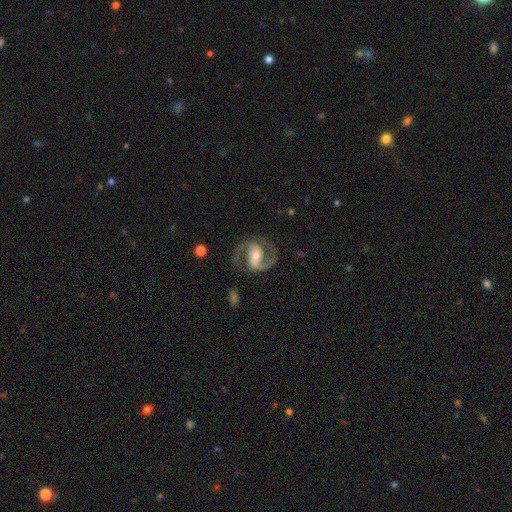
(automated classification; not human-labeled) Smooth or featured? Predicted: featured or disk (p=0.91). Edge-on disk? Predicted: no (p=0.98). Bar? Predicted: weak (p=0.40). Spiral arms? Predicted: yes (p=0.97). Spiral winding? Predicted: medium (p=0.63). Spiral arm count? Predicted: 2 (p=0.93). Bulge size? Predicted: moderate (p=0.58). Merging? Predicted: none (p=0.79).